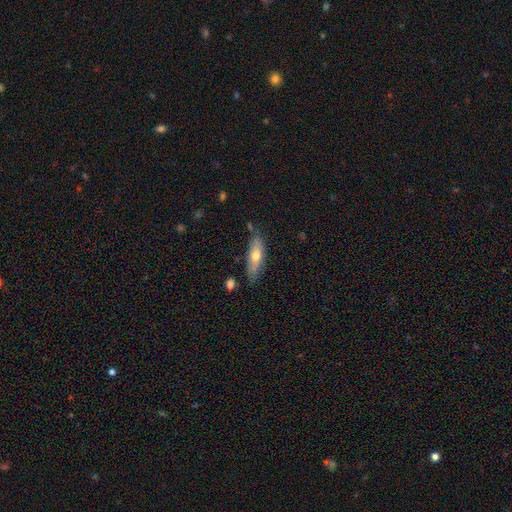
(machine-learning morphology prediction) Smooth or featured? Predicted: smooth (p=0.59). How rounded? Predicted: in between (p=0.50). Merging? Predicted: none (p=0.73).